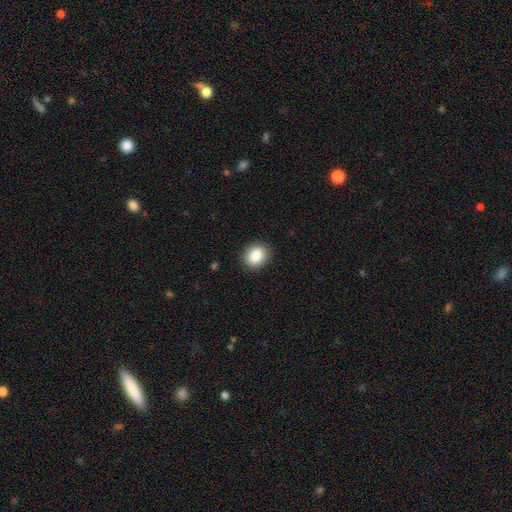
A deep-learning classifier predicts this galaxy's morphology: This appears to be a smooth galaxy with no disk features (86%) that is round (57%). Merging: none (90%).